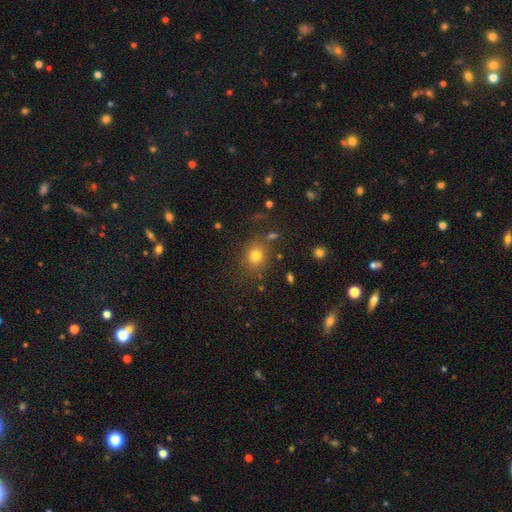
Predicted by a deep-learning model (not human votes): Morphology: type=smooth (76%); roundness=round (68%); merging=none (77%).